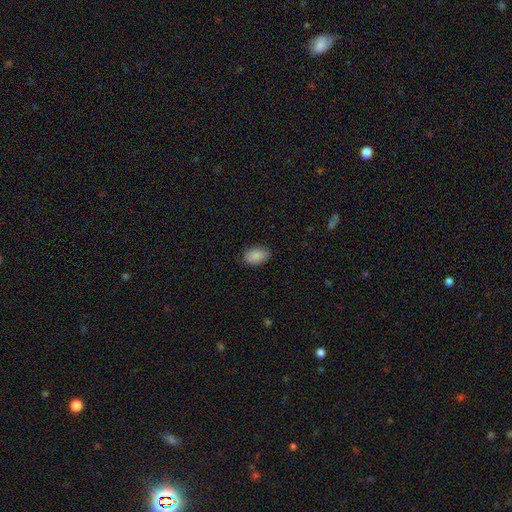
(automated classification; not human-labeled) Smooth or featured: smooth — 87% (star or artifact — 8%)
How rounded: in between — 88% (round — 11%)
Merging: none — 80% (minor disturbance — 15%)